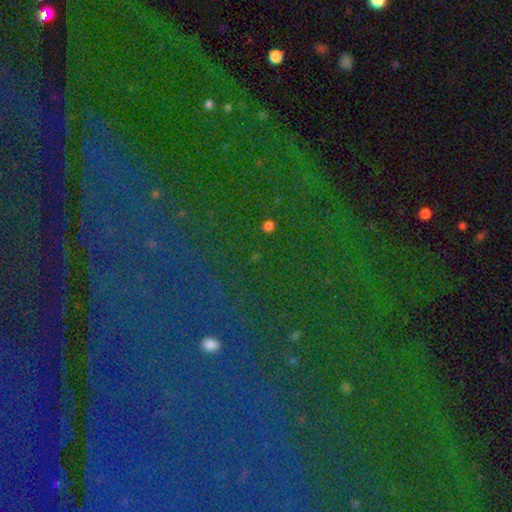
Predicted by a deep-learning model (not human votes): Q: Smooth or featured?
A: star or artifact (85%); runner-up: featured or disk (8%)